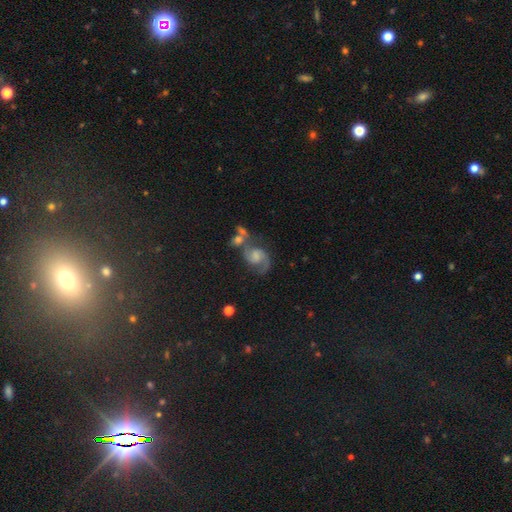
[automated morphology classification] featured or disk 73%, star or artifact 14%, smooth 13%. Down the decision tree: edge-on disk — no (97%); bar — no (58%); spiral arms — yes (94%); spiral arm count — 2 (84%); spiral winding — medium (53%); bulge size — moderate (42%); merging — none (48%).